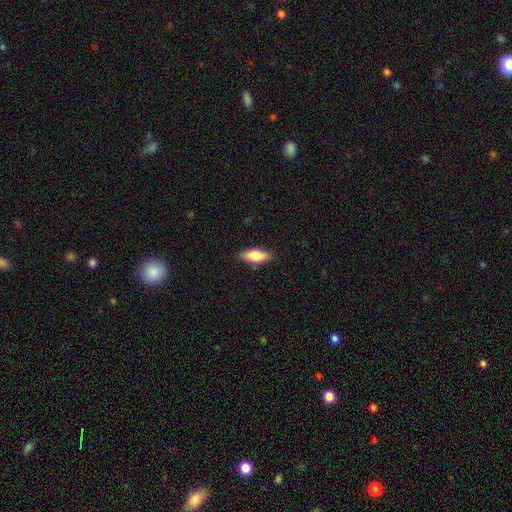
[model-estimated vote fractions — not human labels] Morphology: type=smooth (78%); roundness=in between (67%); merging=none (86%).